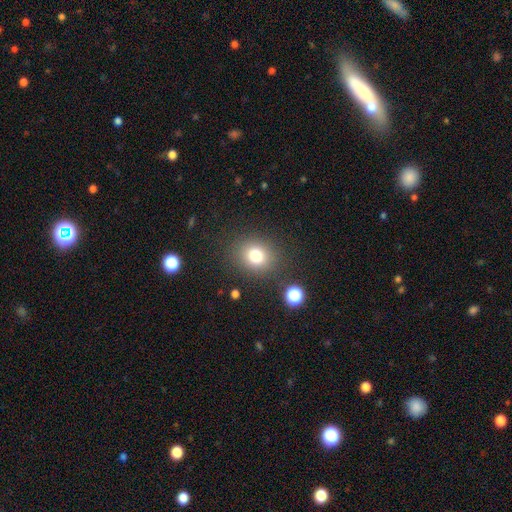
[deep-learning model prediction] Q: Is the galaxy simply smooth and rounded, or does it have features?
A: smooth — 78%.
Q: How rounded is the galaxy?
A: round — 68%.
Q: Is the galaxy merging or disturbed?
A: none — 85%.